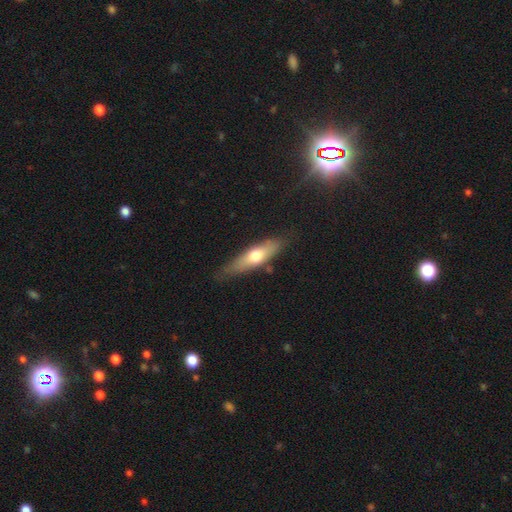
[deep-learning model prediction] Q: Smooth or featured?
A: smooth (58%); runner-up: featured or disk (36%)
Q: How rounded?
A: cigar-shaped (57%); runner-up: in between (41%)
Q: Merging?
A: none (74%); runner-up: minor disturbance (19%)